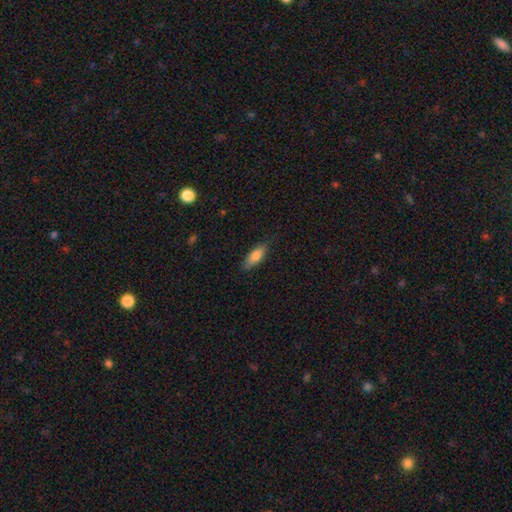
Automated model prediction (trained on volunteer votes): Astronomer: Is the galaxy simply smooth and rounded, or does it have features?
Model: smooth — 79%.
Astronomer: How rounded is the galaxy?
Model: in between — 68%.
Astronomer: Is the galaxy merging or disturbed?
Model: none — 82%.